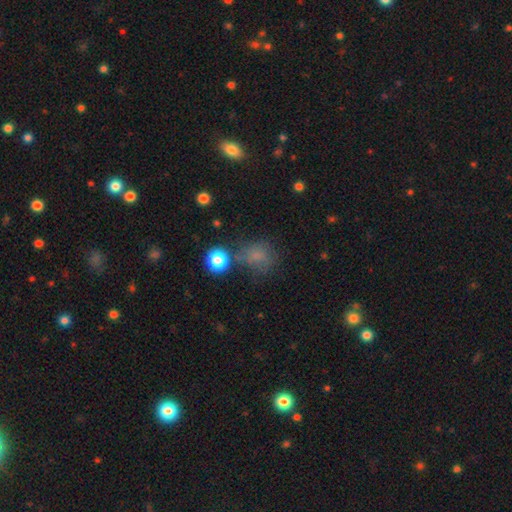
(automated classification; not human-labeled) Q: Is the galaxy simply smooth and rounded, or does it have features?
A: smooth — 68%.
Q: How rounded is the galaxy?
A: round — 70%.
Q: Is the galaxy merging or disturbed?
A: none — 57%.